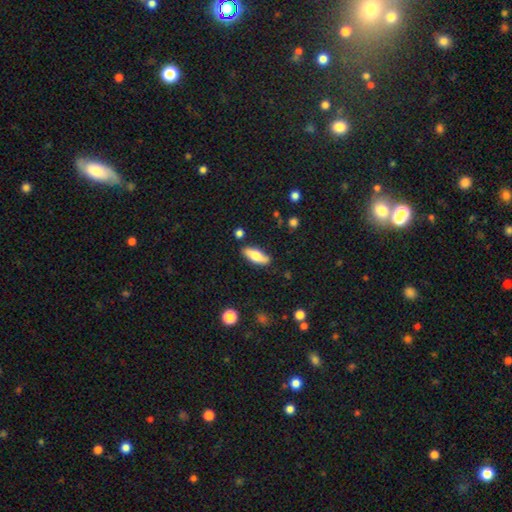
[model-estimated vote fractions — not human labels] This appears to be a smooth galaxy with no disk features (71%) that is in between round and cigar-shaped (68%). Merging: none (82%).